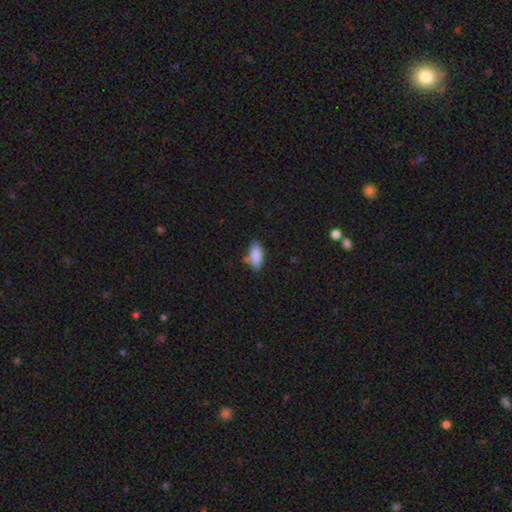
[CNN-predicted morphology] Smooth or featured?
  - smooth: 88% *
  - star or artifact: 7%
  - featured or disk: 5%
How rounded?
  - in between: 86% *
  - cigar-shaped: 11%
  - round: 2%
Merging?
  - none: 72% *
  - minor disturbance: 19%
  - merger: 5%
  - major disturbance: 4%